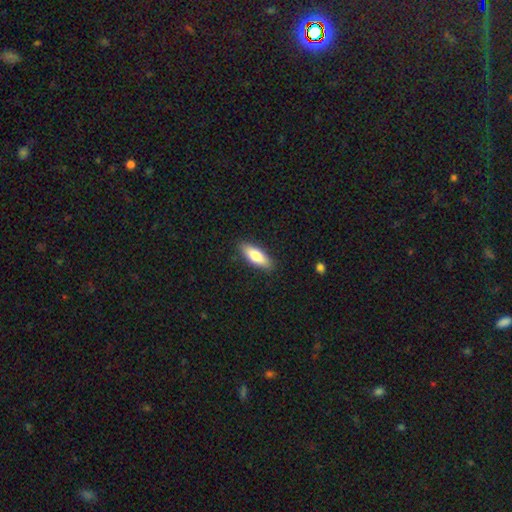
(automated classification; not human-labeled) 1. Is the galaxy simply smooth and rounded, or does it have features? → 77% smooth, 17% featured or disk, 6% star or artifact.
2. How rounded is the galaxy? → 64% in between, 34% cigar-shaped, 2% round.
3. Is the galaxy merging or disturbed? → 88% none, 9% minor disturbance, 2% major disturbance, 1% merger.